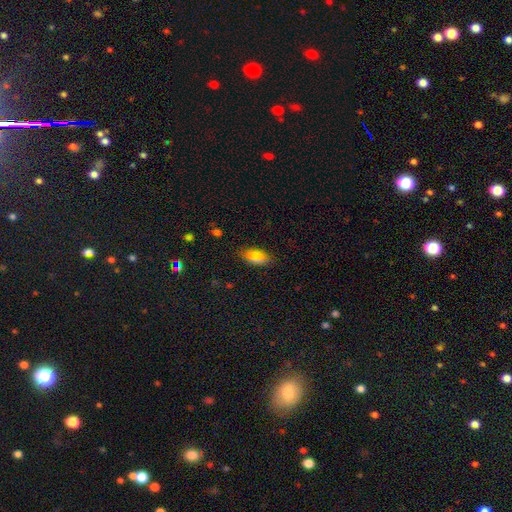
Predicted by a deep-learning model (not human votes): Smooth or featured? Predicted: smooth (p=0.73). How rounded? Predicted: in between (p=0.91). Merging? Predicted: none (p=0.82).